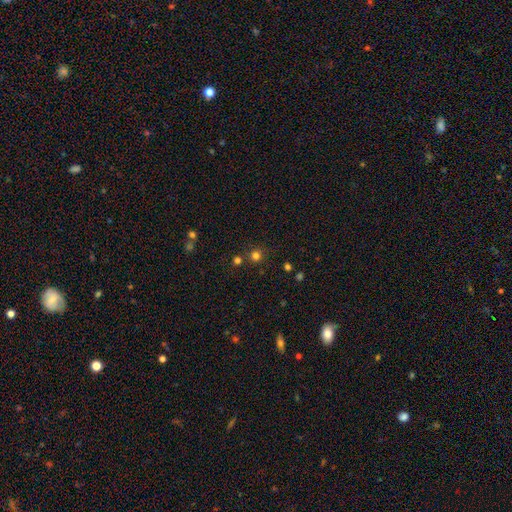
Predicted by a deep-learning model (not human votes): This appears to be a smooth galaxy with no disk features (73%) that is round (93%). Merging: none (81%).